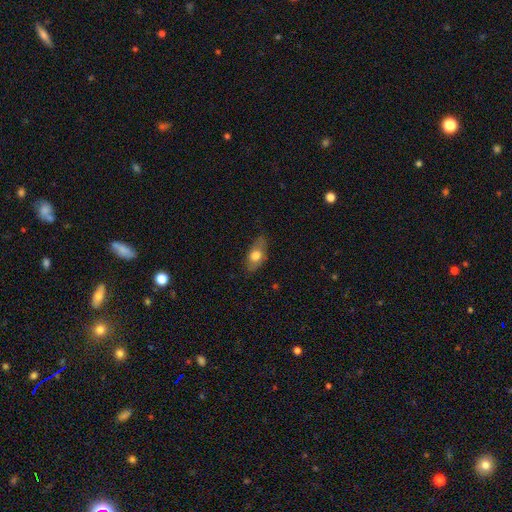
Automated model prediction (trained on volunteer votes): Smooth or featured? smooth (67%)
How rounded? in between (83%)
Merging? none (72%)